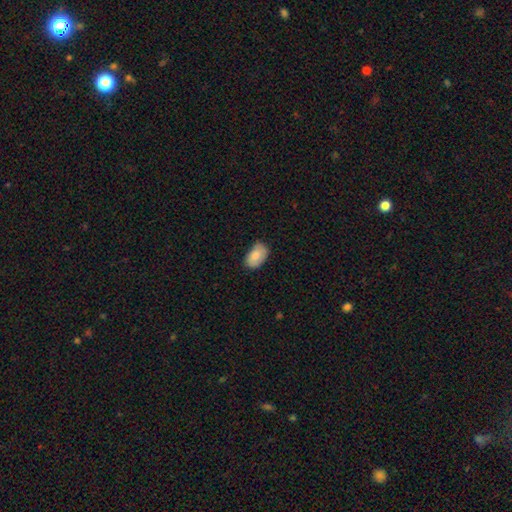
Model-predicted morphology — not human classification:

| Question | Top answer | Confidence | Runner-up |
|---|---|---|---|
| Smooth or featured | smooth | 82% | featured or disk (12%) |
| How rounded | in between | 91% | round (8%) |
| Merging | none | 75% | minor disturbance (21%) |